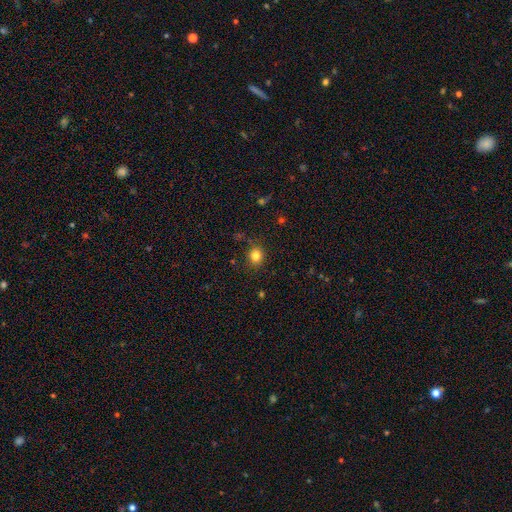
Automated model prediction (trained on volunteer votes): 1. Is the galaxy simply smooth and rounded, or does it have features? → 82% smooth, 12% star or artifact, 6% featured or disk.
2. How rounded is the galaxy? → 75% round, 24% in between, 1% cigar-shaped.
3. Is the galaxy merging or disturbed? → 85% none, 10% minor disturbance, 3% major disturbance, 2% merger.